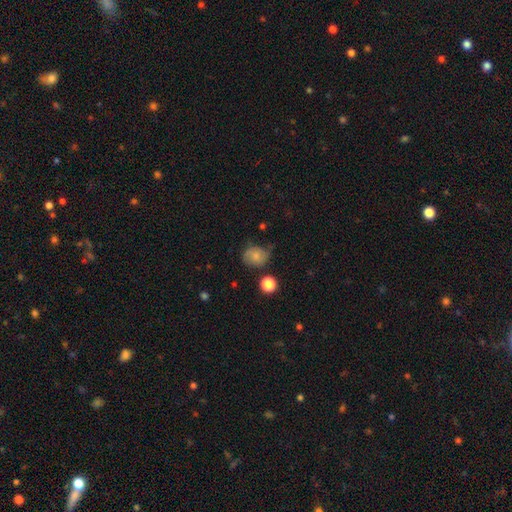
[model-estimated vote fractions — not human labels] Smooth or featured: smooth — 69% (featured or disk — 20%)
How rounded: round — 60% (in between — 39%)
Merging: none — 54% (minor disturbance — 32%)